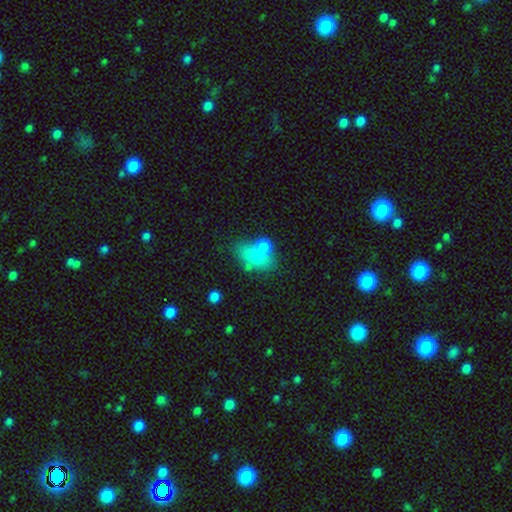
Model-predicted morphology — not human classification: Smooth or featured? Predicted: smooth (p=0.64). How rounded? Predicted: in between (p=0.69). Merging? Predicted: merger (p=0.44).